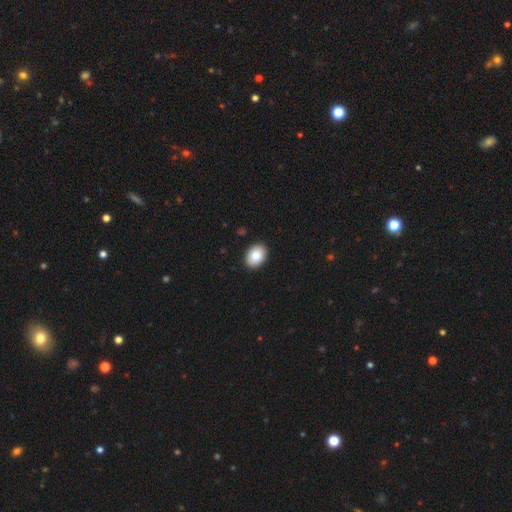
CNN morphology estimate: Smooth or featured? Predicted: smooth (p=0.83). How rounded? Predicted: in between (p=0.79). Merging? Predicted: none (p=0.91).